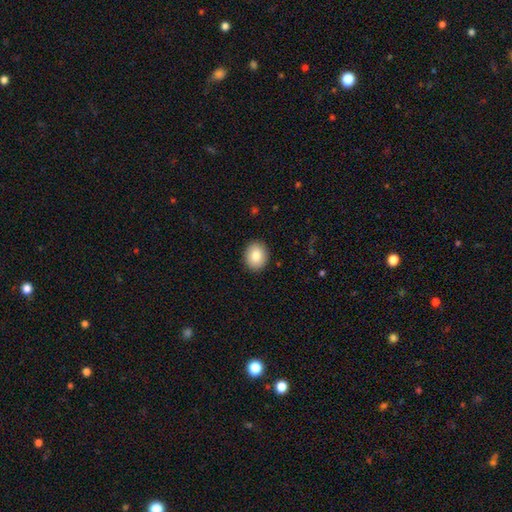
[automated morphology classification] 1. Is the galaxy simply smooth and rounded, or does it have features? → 84% smooth, 8% featured or disk, 8% star or artifact.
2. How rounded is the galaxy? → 56% round, 43% in between, 1% cigar-shaped.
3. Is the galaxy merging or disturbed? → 91% none, 7% minor disturbance, 2% major disturbance, 1% merger.